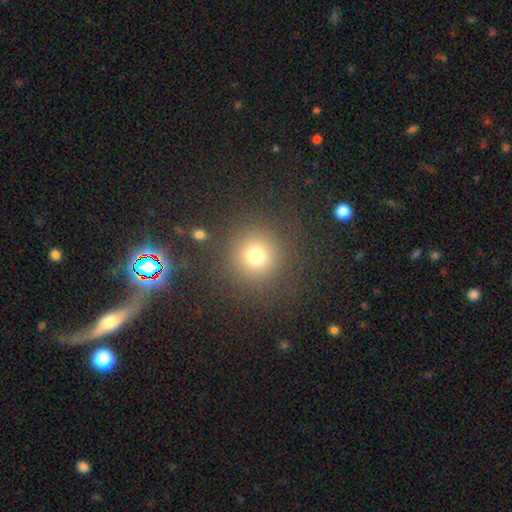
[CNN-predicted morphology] The model was most divided on "smooth or featured": smooth: 73%, star or artifact: 18%, featured or disk: 9%. More confident: how rounded — round (94%); merging — none (85%).